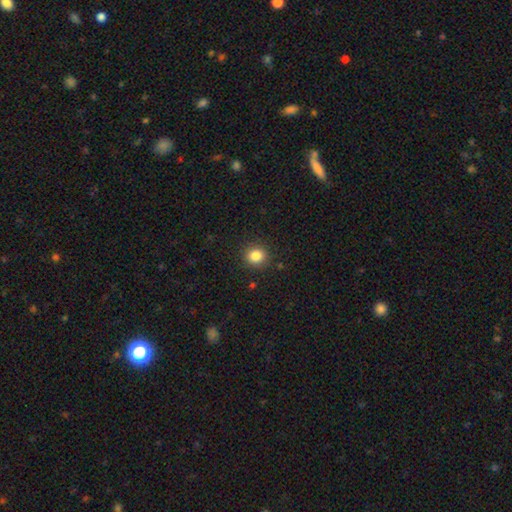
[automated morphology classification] smooth 84%, star or artifact 11%, featured or disk 5%. Down the decision tree: how rounded — round (86%); merging — none (90%).